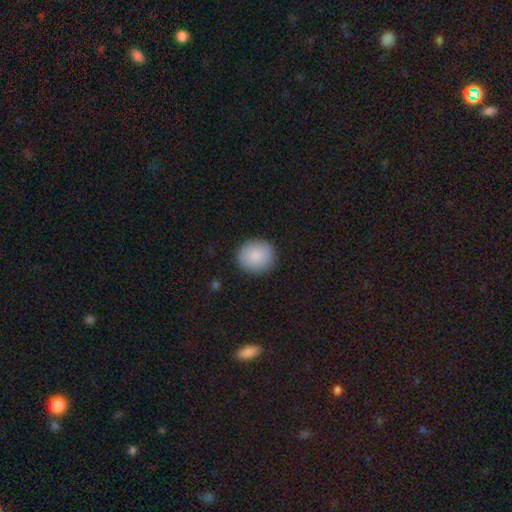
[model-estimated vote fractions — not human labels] Smooth or featured?
  - smooth: 88% *
  - star or artifact: 6%
  - featured or disk: 6%
How rounded?
  - round: 88% *
  - in between: 11%
  - cigar-shaped: 1%
Merging?
  - none: 90% *
  - minor disturbance: 7%
  - major disturbance: 2%
  - merger: 1%